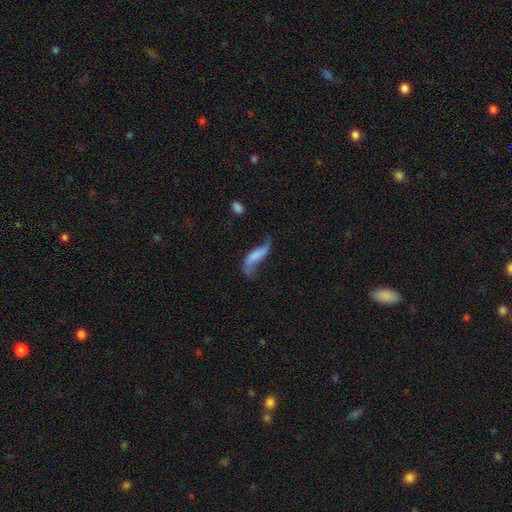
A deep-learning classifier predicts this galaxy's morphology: A featured or disk galaxy (56%).

Vote fractions:
- Smooth or featured? featured or disk: 56% / smooth: 35% / star or artifact: 9%
- Edge-on disk? no: 87% / yes: 13%
- Merging? none: 41% / major disturbance: 27% / minor disturbance: 24% / merger: 7%